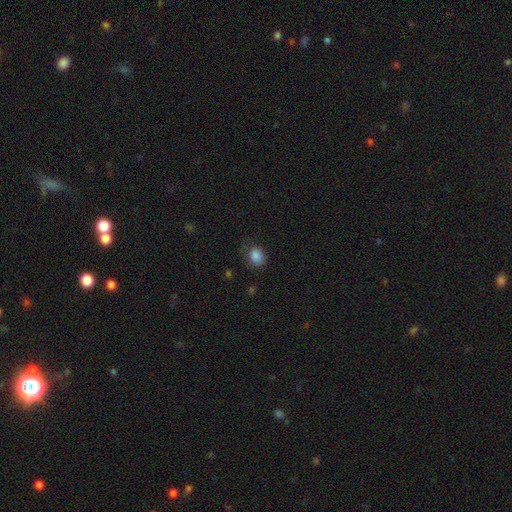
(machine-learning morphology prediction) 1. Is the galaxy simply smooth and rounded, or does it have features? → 85% smooth, 10% star or artifact, 4% featured or disk.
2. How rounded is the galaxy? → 53% round, 46% in between, 1% cigar-shaped.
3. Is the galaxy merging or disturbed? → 69% none, 22% minor disturbance, 7% major disturbance, 1% merger.